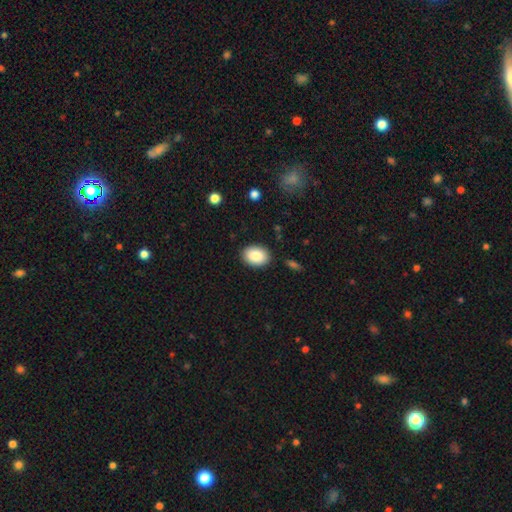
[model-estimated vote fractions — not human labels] Q: Smooth or featured?
A: smooth (86%); runner-up: star or artifact (7%)
Q: How rounded?
A: in between (76%); runner-up: round (23%)
Q: Merging?
A: none (87%); runner-up: minor disturbance (9%)